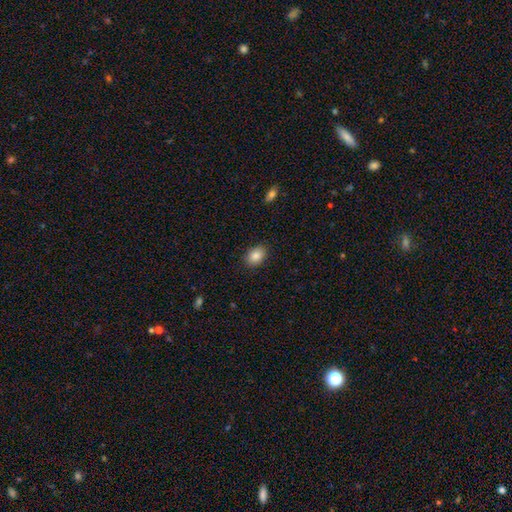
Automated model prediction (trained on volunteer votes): Smooth or featured: smooth — 86% (star or artifact — 8%)
How rounded: in between — 72% (round — 27%)
Merging: none — 87% (minor disturbance — 10%)